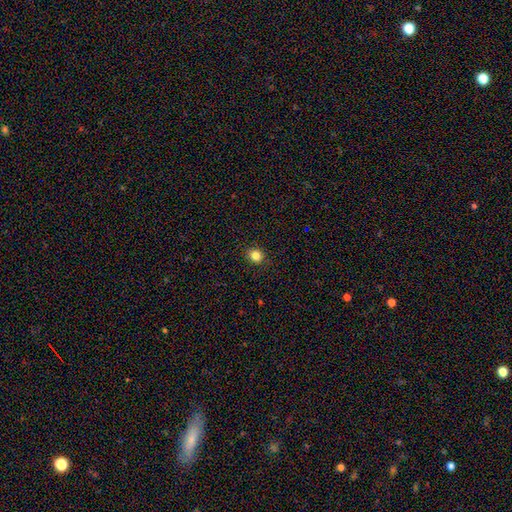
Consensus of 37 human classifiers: smooth 86%, featured or disk 8%, star or artifact 5%. Down the decision tree: how rounded — round (91%); merging — none (100%).